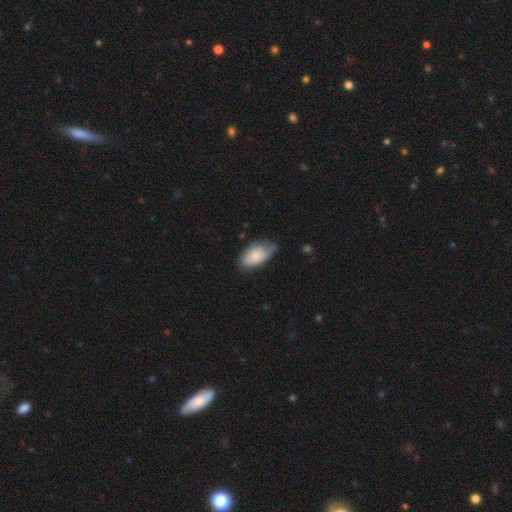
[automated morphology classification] A smooth galaxy with no disk features (82%) that is in between round and cigar-shaped (94%). Merging: none (57%).